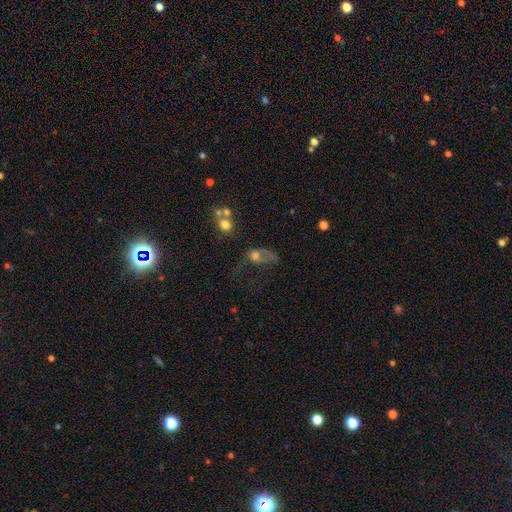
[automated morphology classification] Smooth or featured? smooth (51%)
How rounded? in between (62%)
Merging? major disturbance (57%)